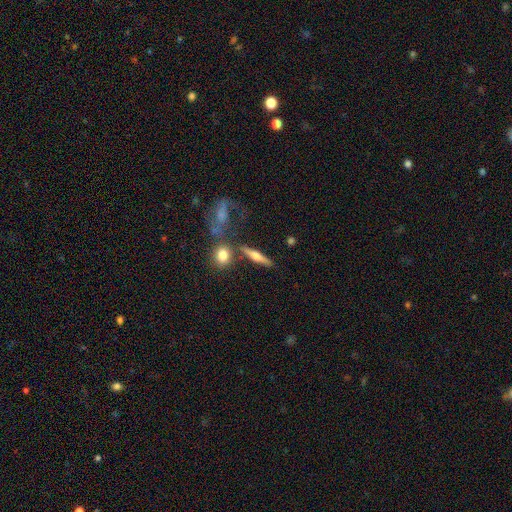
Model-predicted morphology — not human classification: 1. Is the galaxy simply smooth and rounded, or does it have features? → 56% featured or disk, 36% smooth, 8% star or artifact.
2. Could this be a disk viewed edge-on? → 90% yes, 10% no.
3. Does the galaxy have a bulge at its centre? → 91% rounded, 5% none, 5% boxy.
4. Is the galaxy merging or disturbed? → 73% none, 11% minor disturbance, 11% merger, 5% major disturbance.